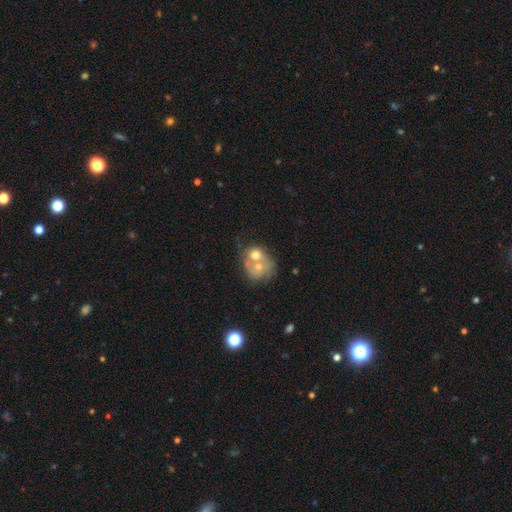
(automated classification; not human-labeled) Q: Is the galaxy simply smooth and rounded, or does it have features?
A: smooth — 51%.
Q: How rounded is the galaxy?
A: round — 67%.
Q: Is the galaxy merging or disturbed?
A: merger — 64%.